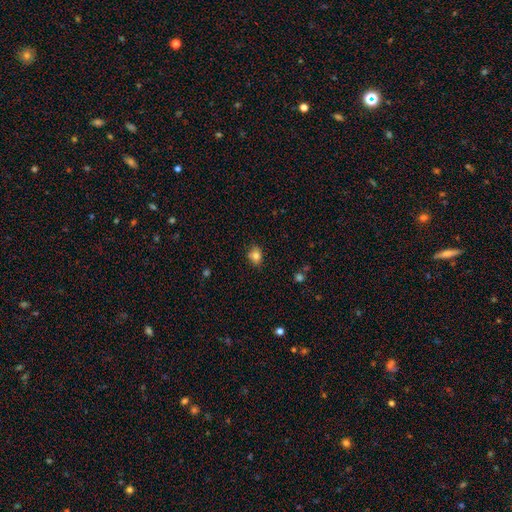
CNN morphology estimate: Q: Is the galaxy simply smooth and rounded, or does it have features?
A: smooth — 80%.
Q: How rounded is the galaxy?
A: in between — 52%.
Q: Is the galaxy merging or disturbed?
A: none — 76%.